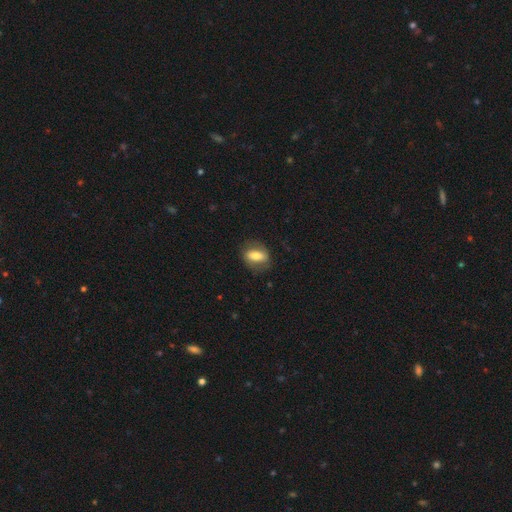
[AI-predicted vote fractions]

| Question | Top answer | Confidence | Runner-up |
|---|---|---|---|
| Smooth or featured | smooth | 59% | featured or disk (34%) |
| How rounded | in between | 79% | round (15%) |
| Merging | none | 72% | minor disturbance (18%) |